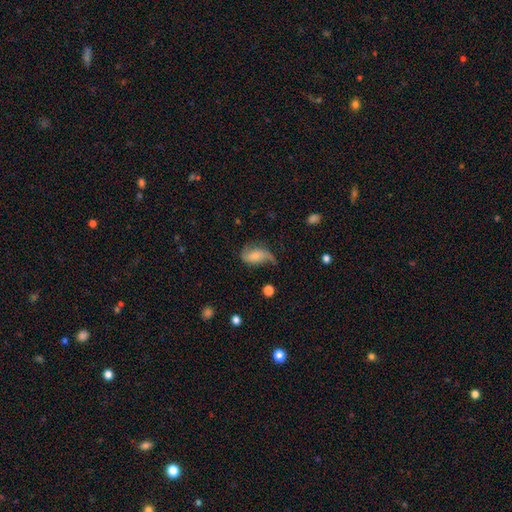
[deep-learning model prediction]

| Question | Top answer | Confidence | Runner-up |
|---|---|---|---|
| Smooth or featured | featured or disk | 50% | smooth (41%) |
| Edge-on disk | no | 95% | yes (5%) |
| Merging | none | 38% | minor disturbance (34%) |